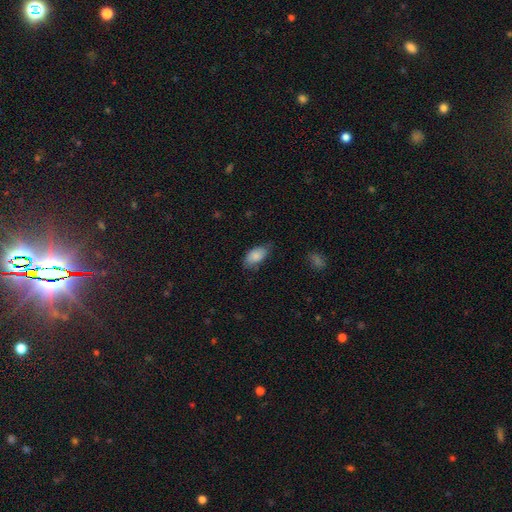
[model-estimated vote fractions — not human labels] Smooth or featured?
  - smooth: 85% *
  - featured or disk: 8%
  - star or artifact: 7%
How rounded?
  - in between: 93% *
  - round: 4%
  - cigar-shaped: 3%
Merging?
  - none: 64% *
  - minor disturbance: 29%
  - major disturbance: 6%
  - merger: 2%